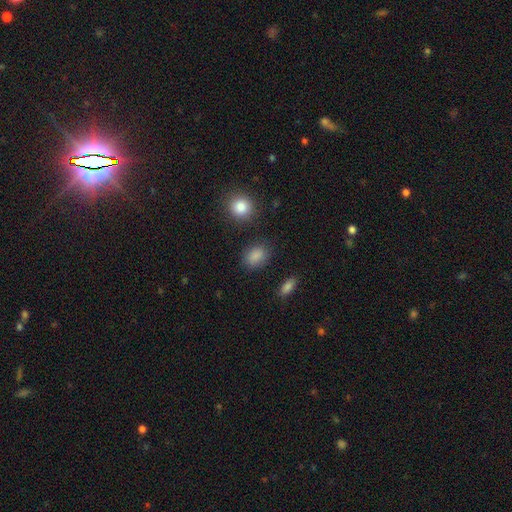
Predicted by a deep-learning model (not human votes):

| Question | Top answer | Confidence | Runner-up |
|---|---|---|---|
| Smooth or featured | smooth | 87% | star or artifact (9%) |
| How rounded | in between | 74% | round (24%) |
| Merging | none | 81% | minor disturbance (13%) |